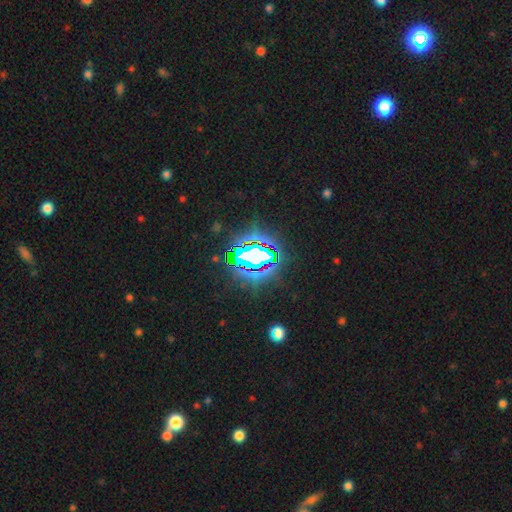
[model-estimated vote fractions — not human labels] star or artifact 74%, featured or disk 13%, smooth 13%.